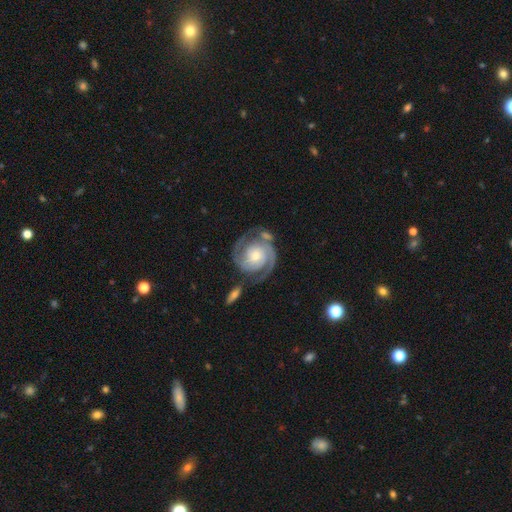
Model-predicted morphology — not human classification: This appears to be a featured or disk galaxy (91%) with no bar (69%), 2 (90%) tight (61%) spiral arms (98%) and a small central bulge (50%). Merging: none (70%).